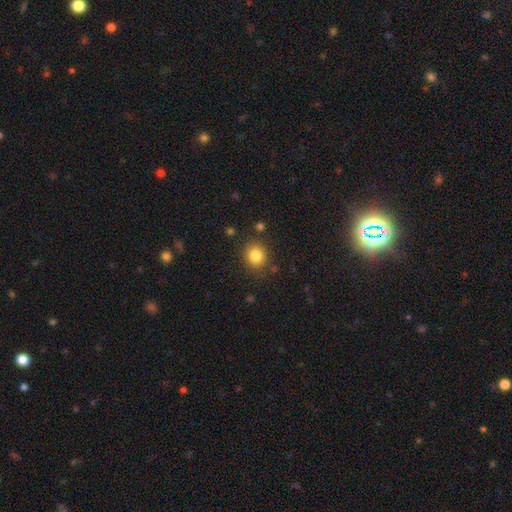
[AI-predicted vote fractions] smooth-or-featured: smooth: 83% | star or artifact: 11% | featured or disk: 6%
  how-rounded: round: 80% | in between: 20% | cigar-shaped: 1%
  merging: none: 85% | minor disturbance: 10% | major disturbance: 3% | merger: 3%